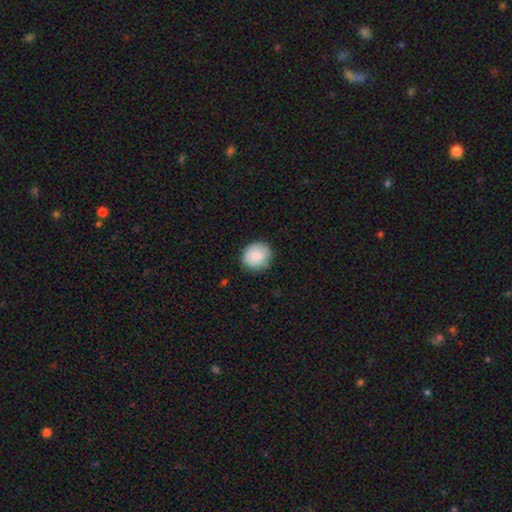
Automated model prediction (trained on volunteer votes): Morphology: type=smooth (84%); roundness=round (79%); merging=none (83%).